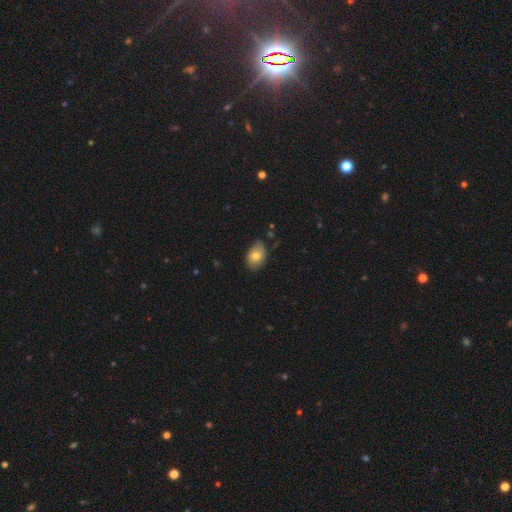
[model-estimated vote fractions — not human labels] This appears to be a smooth galaxy with no disk features (75%) that is in between round and cigar-shaped (82%). Merging: none (73%).